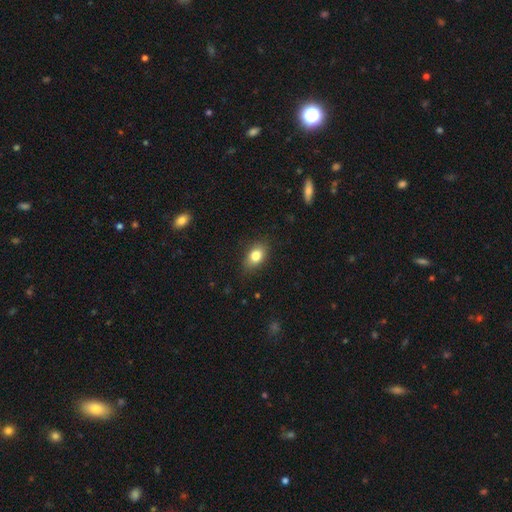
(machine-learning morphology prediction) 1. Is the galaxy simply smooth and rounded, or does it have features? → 82% smooth, 9% featured or disk, 9% star or artifact.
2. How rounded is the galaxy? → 78% in between, 19% round, 2% cigar-shaped.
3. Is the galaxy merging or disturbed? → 82% none, 14% minor disturbance, 3% major disturbance, 1% merger.